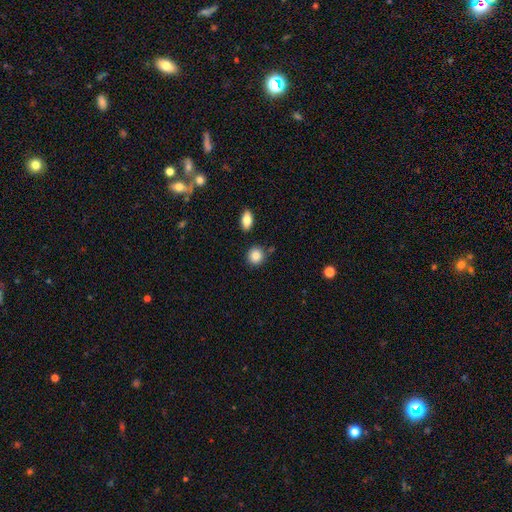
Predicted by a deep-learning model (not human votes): This appears to be a smooth galaxy with no disk features (87%) that is round (83%). Merging: none (83%).